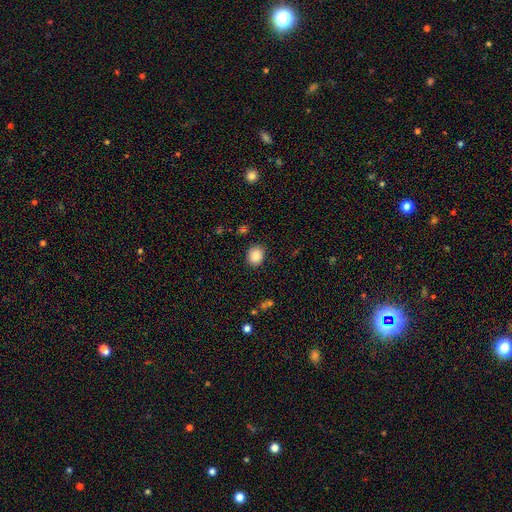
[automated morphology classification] Smooth or featured: smooth — 87% (star or artifact — 9%)
How rounded: round — 66% (in between — 33%)
Merging: none — 87% (minor disturbance — 9%)